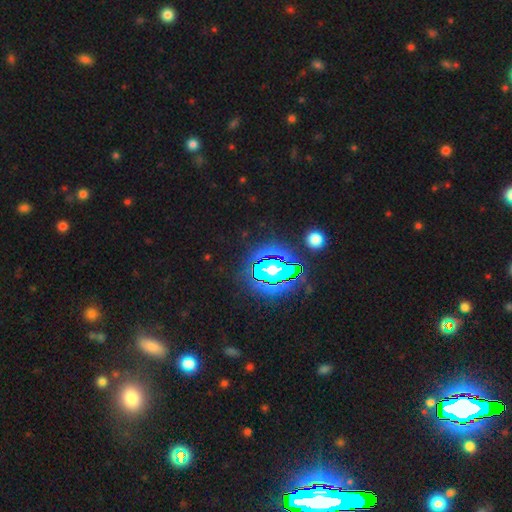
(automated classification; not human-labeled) This appears to be a star or artifact, not a galaxy (80%).